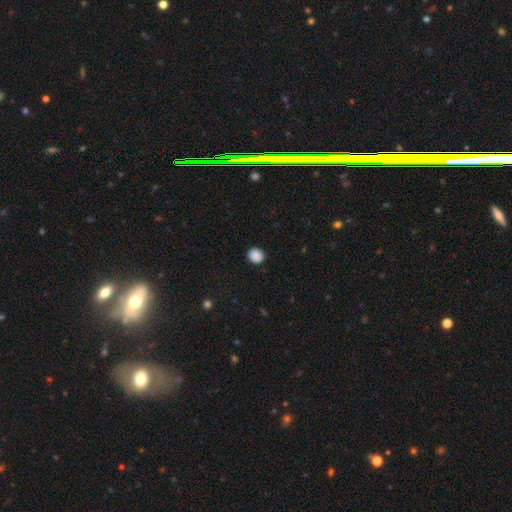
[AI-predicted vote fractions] This is clearly a smooth galaxy (89%). How rounded: likely round (76%). Merging: clearly none (89%).